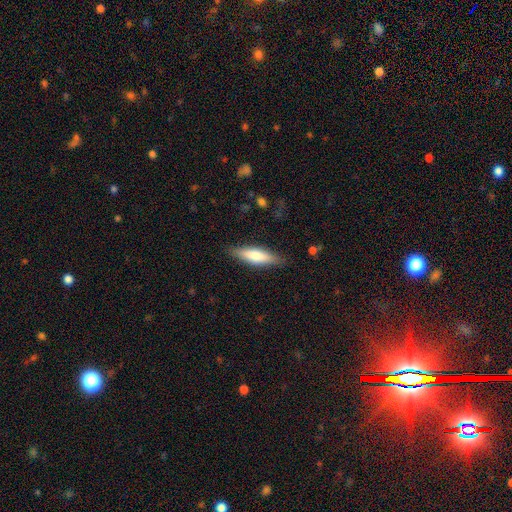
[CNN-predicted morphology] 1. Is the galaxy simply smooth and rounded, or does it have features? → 71% smooth, 23% featured or disk, 6% star or artifact.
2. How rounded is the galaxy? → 61% cigar-shaped, 38% in between, 2% round.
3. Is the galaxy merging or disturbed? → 85% none, 11% minor disturbance, 3% major disturbance, 1% merger.